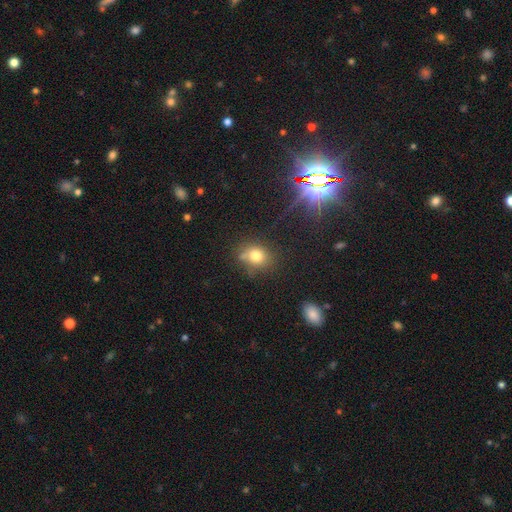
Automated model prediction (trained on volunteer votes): Smooth or featured?
  - smooth: 74% *
  - star or artifact: 15%
  - featured or disk: 10%
How rounded?
  - round: 62% *
  - in between: 36%
  - cigar-shaped: 1%
Merging?
  - none: 62% *
  - minor disturbance: 18%
  - merger: 12%
  - major disturbance: 7%